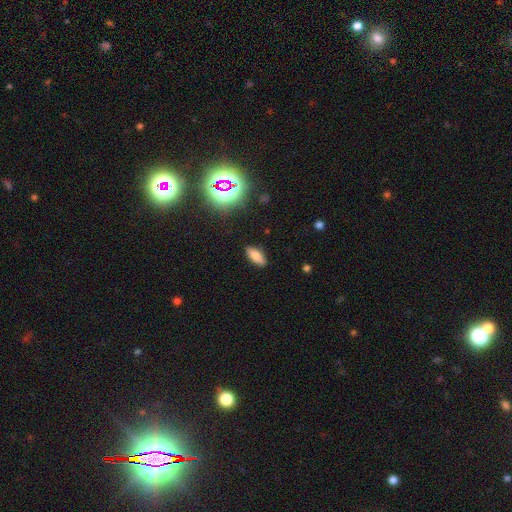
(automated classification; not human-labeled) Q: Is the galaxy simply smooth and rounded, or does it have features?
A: smooth — 80%.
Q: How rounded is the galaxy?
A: in between — 78%.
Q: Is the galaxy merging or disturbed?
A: none — 87%.